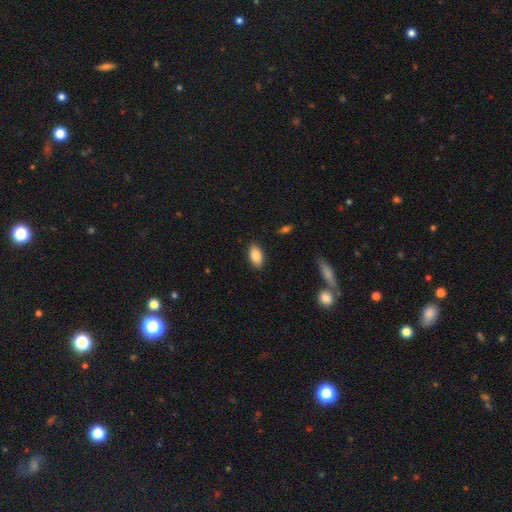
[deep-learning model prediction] smooth 87%, star or artifact 7%, featured or disk 6%. Down the decision tree: how rounded — in between (93%); merging — none (88%).